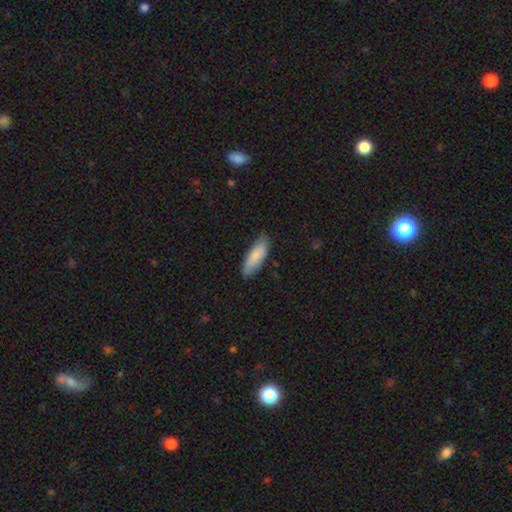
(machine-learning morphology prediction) This appears to be a smooth galaxy with no disk features (83%) that is in between round and cigar-shaped (63%). Merging: none (77%).